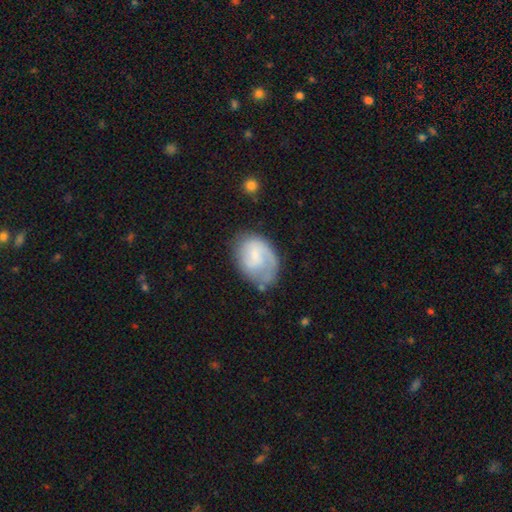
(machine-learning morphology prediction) Smooth or featured? smooth (49%)
Merging? none (51%)